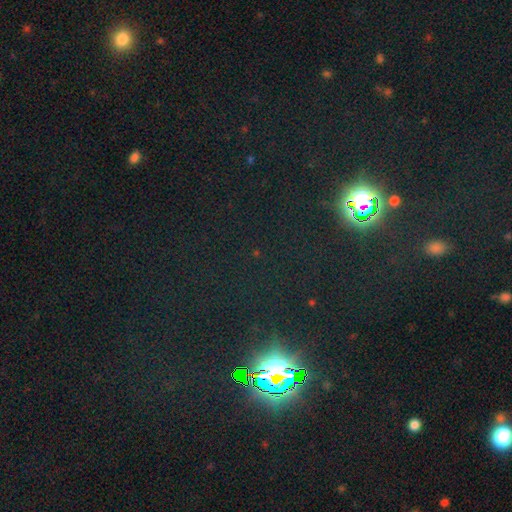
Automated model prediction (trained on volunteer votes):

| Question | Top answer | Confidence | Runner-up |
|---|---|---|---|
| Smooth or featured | star or artifact | 78% | smooth (14%) |